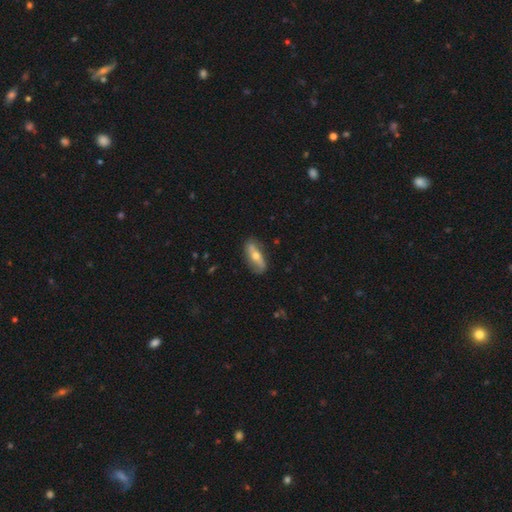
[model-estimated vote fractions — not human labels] This is possibly a featured or disk galaxy (54%). It is likely not viewed edge-on (68%). Merging: likely none (77%).